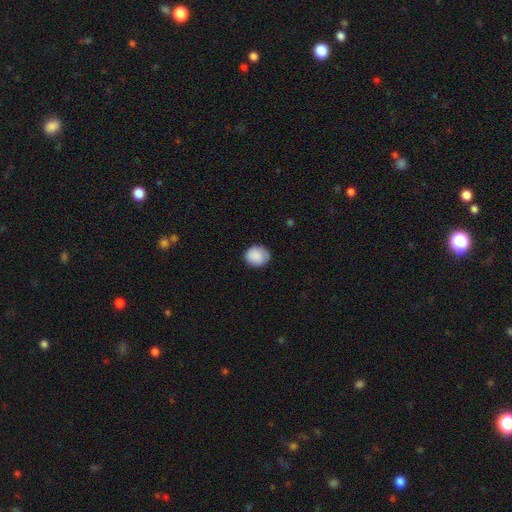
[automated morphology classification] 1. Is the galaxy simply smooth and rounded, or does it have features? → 88% smooth, 7% star or artifact, 5% featured or disk.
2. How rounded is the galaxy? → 75% round, 24% in between, 1% cigar-shaped.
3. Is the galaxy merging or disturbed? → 81% none, 16% minor disturbance, 3% major disturbance, 1% merger.